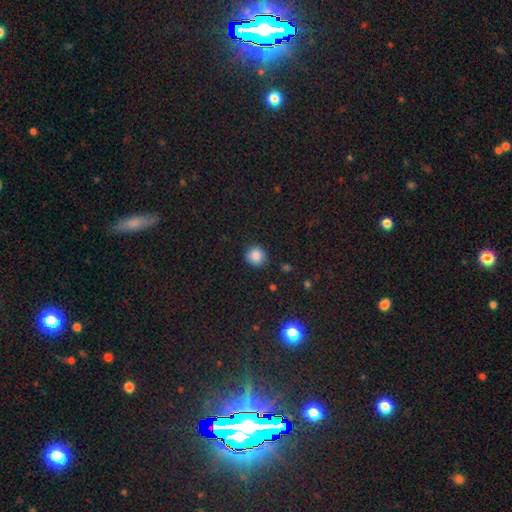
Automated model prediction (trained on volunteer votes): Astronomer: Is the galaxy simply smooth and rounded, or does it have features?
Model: smooth — 86%.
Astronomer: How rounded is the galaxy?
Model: round — 89%.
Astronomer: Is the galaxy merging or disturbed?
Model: none — 86%.